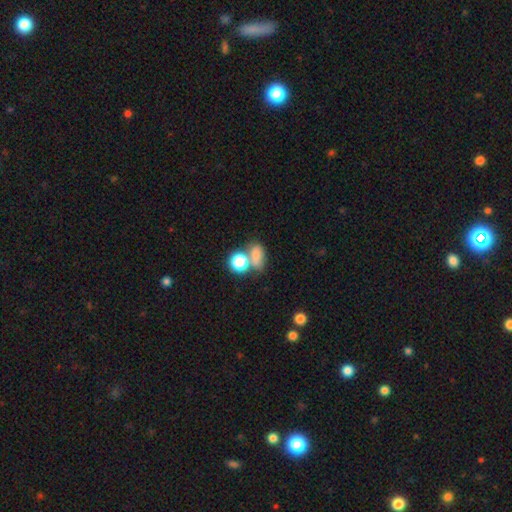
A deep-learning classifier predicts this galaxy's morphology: This appears to be a smooth galaxy with no disk features (73%) that is in between round and cigar-shaped (67%). Merging: merger (41%).